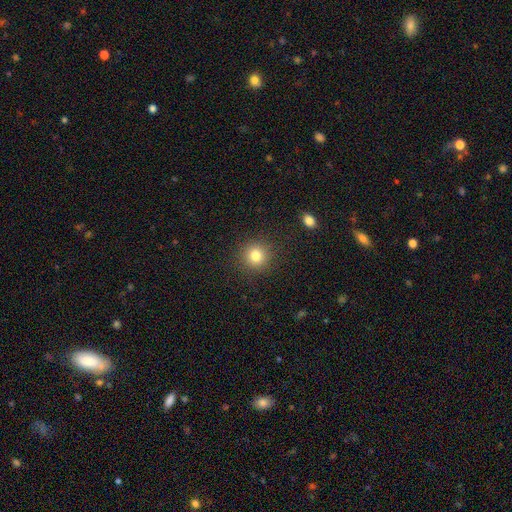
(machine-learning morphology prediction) smooth-or-featured: smooth: 81% | star or artifact: 12% | featured or disk: 7%
  how-rounded: round: 93% | in between: 6% | cigar-shaped: 1%
  merging: none: 90% | minor disturbance: 6% | major disturbance: 3% | merger: 1%